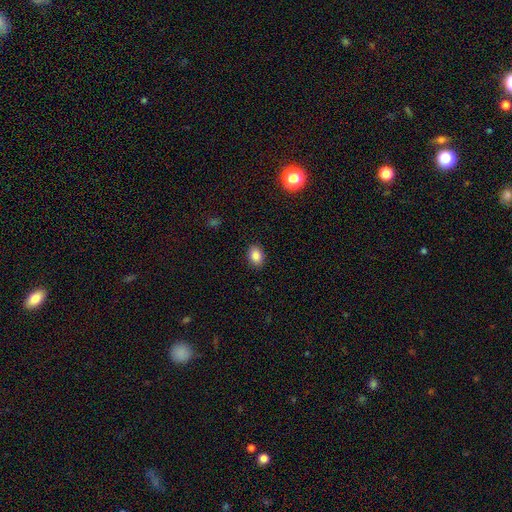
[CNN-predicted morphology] Smooth or featured? Predicted: smooth (p=0.86). How rounded? Predicted: in between (p=0.72). Merging? Predicted: none (p=0.88).